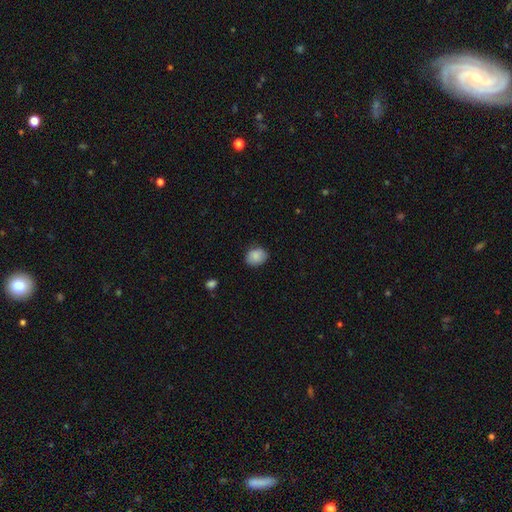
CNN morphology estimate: Smooth or featured: smooth — 86% (star or artifact — 8%)
How rounded: round — 54% (in between — 45%)
Merging: none — 79% (minor disturbance — 17%)